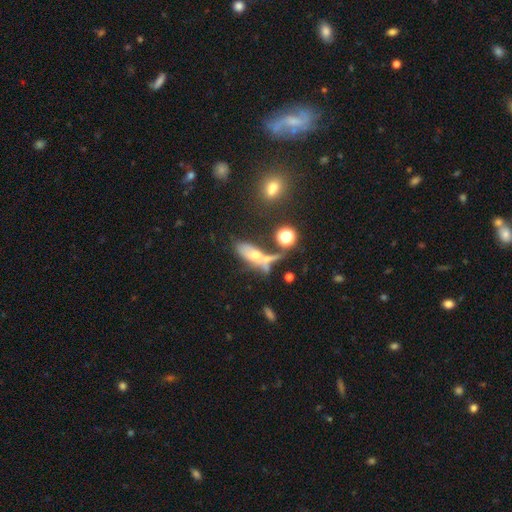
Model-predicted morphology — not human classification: This is possibly a smooth galaxy (53%). How rounded: likely in between (67%). Merging: marginally merger (36%).